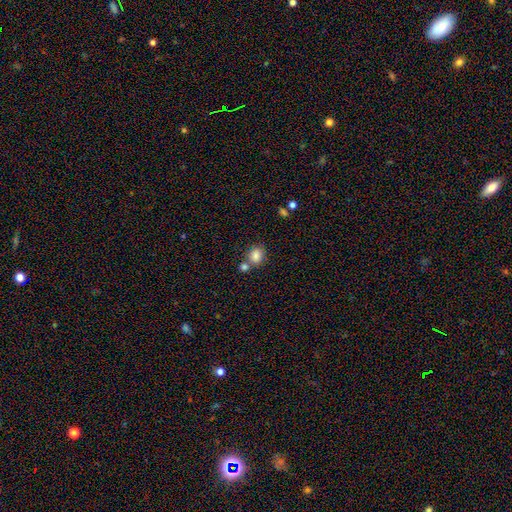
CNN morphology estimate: Smooth or featured? smooth (84%)
How rounded? round (59%)
Merging? none (55%)